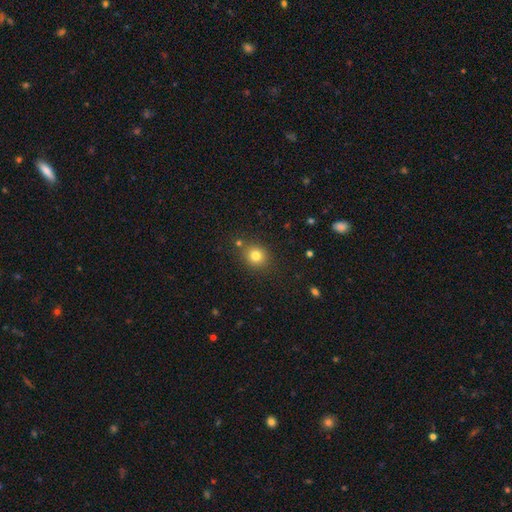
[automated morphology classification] Smooth or featured?
  - smooth: 80% *
  - star or artifact: 13%
  - featured or disk: 7%
How rounded?
  - round: 81% *
  - in between: 19%
  - cigar-shaped: 1%
Merging?
  - none: 80% *
  - minor disturbance: 10%
  - merger: 7%
  - major disturbance: 3%